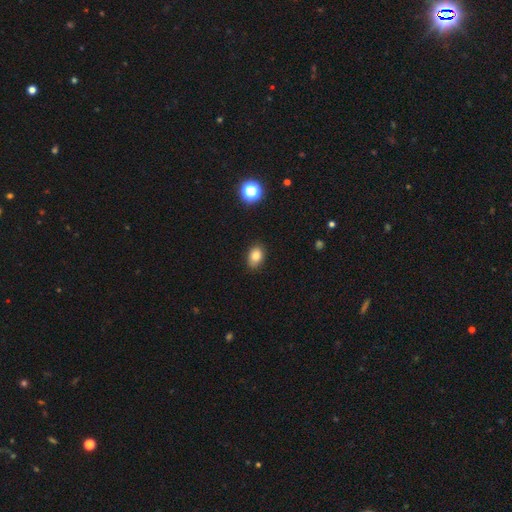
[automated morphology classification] Smooth or featured: smooth — 82% (star or artifact — 11%)
How rounded: in between — 80% (round — 19%)
Merging: none — 84% (minor disturbance — 13%)